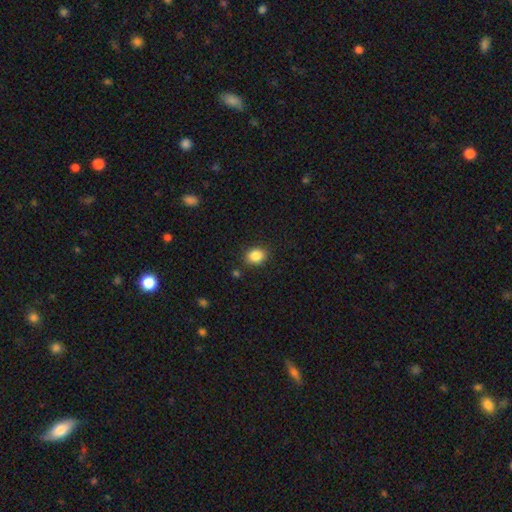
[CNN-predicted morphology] Q: Smooth or featured?
A: smooth (86%); runner-up: star or artifact (9%)
Q: How rounded?
A: round (50%); runner-up: in between (49%)
Q: Merging?
A: none (86%); runner-up: minor disturbance (9%)